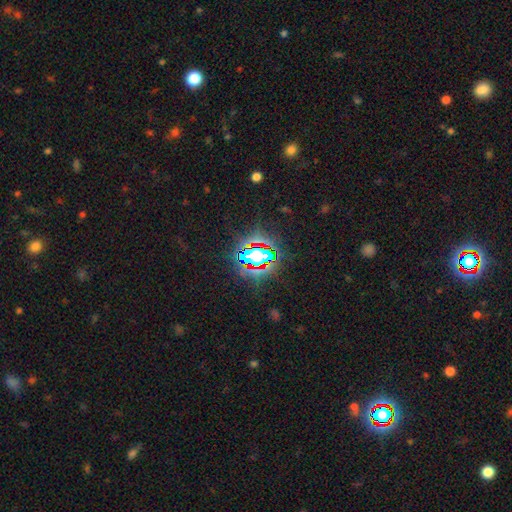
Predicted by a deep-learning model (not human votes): A star or artifact, not a galaxy (70%).

Vote fractions:
- Smooth or featured? star or artifact: 70% / smooth: 18% / featured or disk: 12%